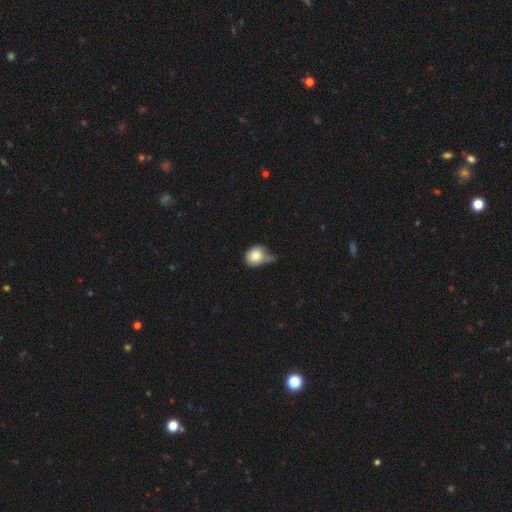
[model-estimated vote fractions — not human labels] Q: Smooth or featured?
A: smooth (80%); runner-up: featured or disk (12%)
Q: How rounded?
A: round (56%); runner-up: in between (42%)
Q: Merging?
A: minor disturbance (38%); runner-up: none (31%)